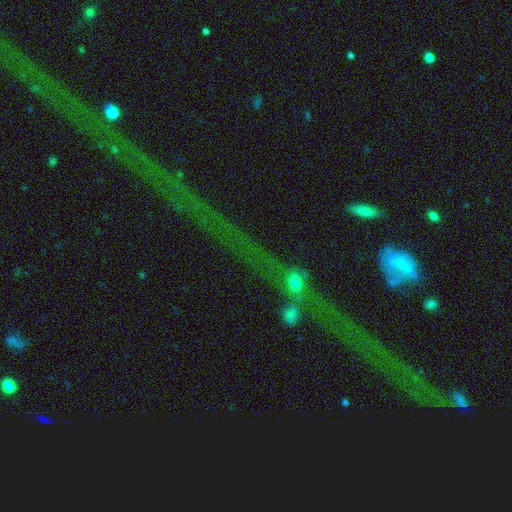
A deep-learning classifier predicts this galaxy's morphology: A star or artifact, not a galaxy (36%, tied with featured or disk).

Vote fractions:
- Smooth or featured? star or artifact: 36% (tied) / featured or disk: 36% (tied) / smooth: 28%